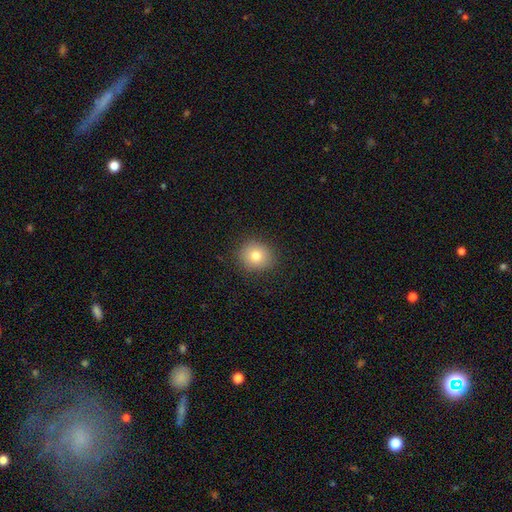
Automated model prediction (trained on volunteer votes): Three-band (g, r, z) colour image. It shows a smooth galaxy with no disk features (78%) that is round (80%). Merging: none (89%).